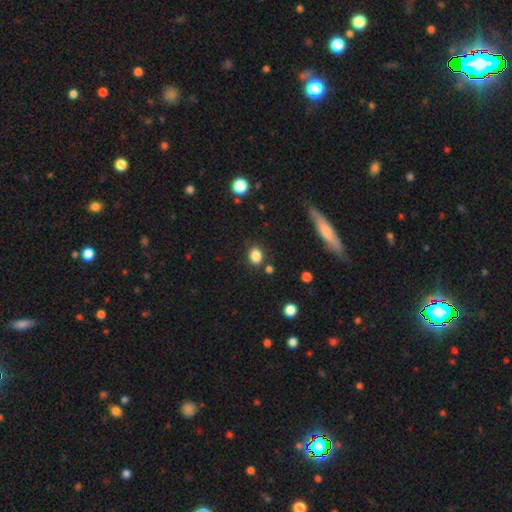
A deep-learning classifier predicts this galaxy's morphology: smooth-or-featured: smooth: 85% | star or artifact: 10% | featured or disk: 5%
  how-rounded: in between: 62% | round: 36% | cigar-shaped: 2%
  merging: none: 81% | minor disturbance: 12% | merger: 4% | major disturbance: 3%